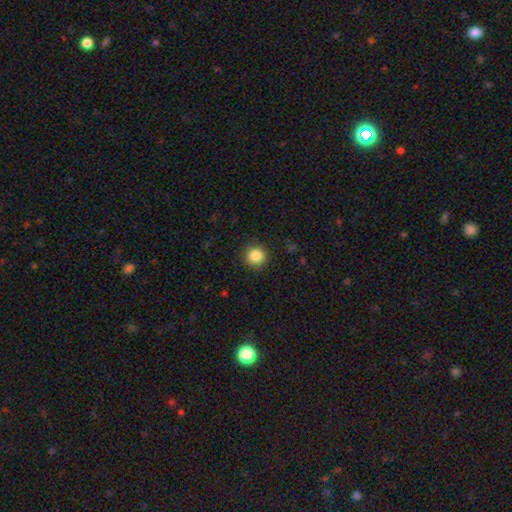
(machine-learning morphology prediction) smooth-or-featured: smooth: 86% | star or artifact: 10% | featured or disk: 4%
  how-rounded: round: 94% | in between: 5% | cigar-shaped: 1%
  merging: none: 91% | minor disturbance: 6% | major disturbance: 2% | merger: 1%